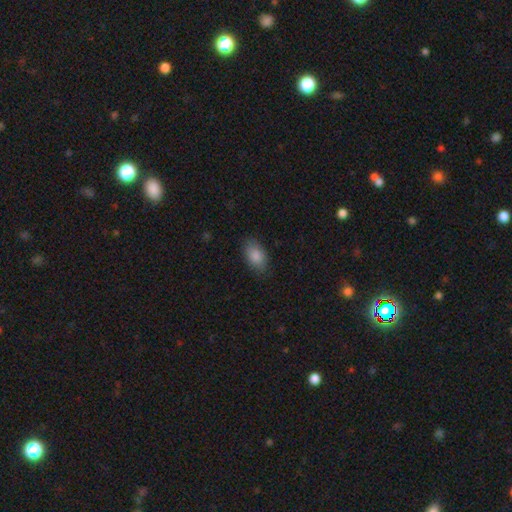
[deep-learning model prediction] Morphology: type=smooth (88%); roundness=in between (91%); merging=none (83%).